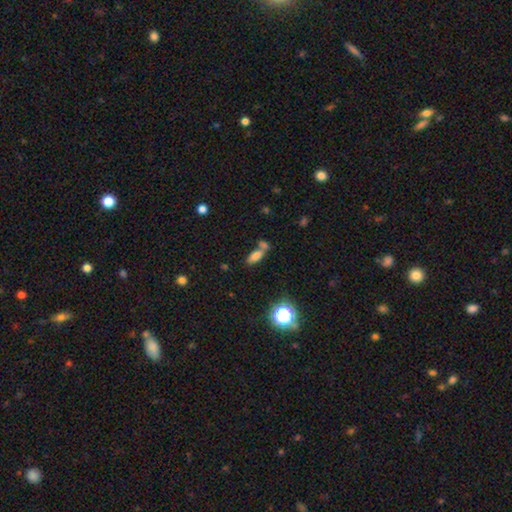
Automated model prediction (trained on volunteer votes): Morphology: type=smooth (74%); roundness=in between (77%); merging=none (47%).